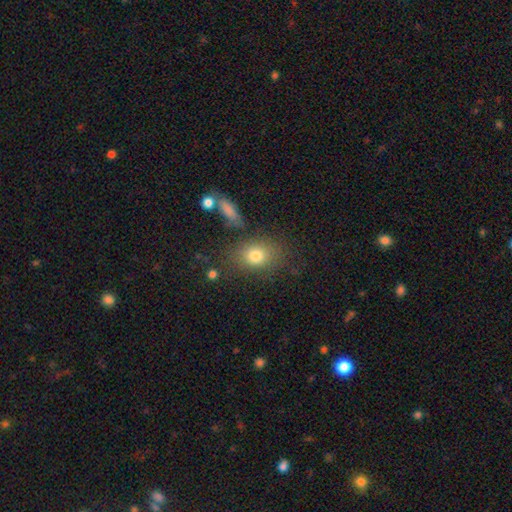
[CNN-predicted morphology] Overall: smooth (79%). How rounded: in between (62%; round 36%). Merging: none (73%).